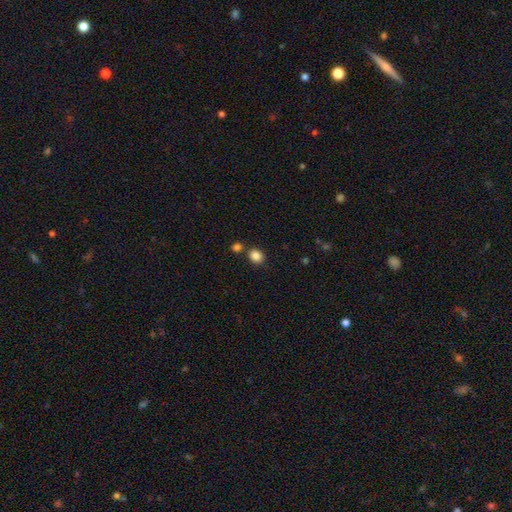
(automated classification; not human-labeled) A smooth galaxy with no disk features (86%) that is round (64%). Merging: none (75%).